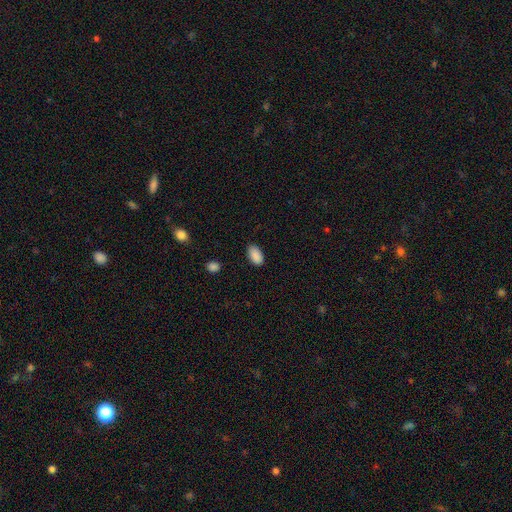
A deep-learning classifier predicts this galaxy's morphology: Smooth or featured: smooth — 89% (star or artifact — 7%)
How rounded: in between — 94% (round — 4%)
Merging: none — 86% (minor disturbance — 11%)